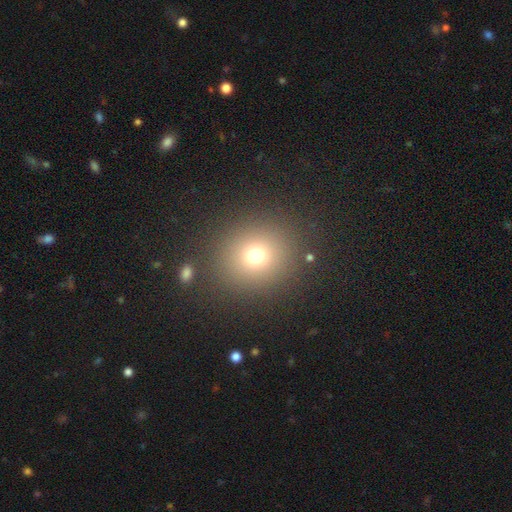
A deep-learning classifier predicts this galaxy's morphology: This is likely a smooth galaxy (72%). How rounded: clearly round (87%). Merging: clearly none (86%).